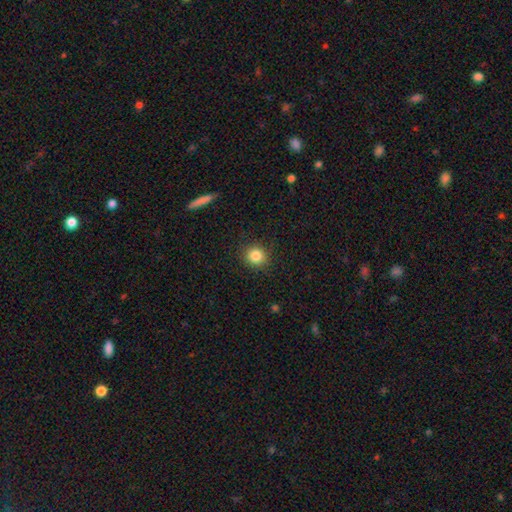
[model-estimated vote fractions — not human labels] Smooth or featured: smooth — 84% (star or artifact — 11%)
How rounded: round — 88% (in between — 11%)
Merging: none — 90% (minor disturbance — 7%)